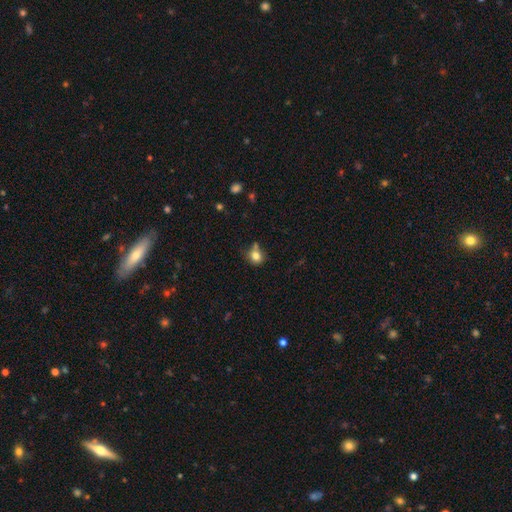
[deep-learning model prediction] Smooth or featured: smooth — 79% (star or artifact — 11%)
How rounded: round — 71% (in between — 28%)
Merging: none — 55% (minor disturbance — 24%)